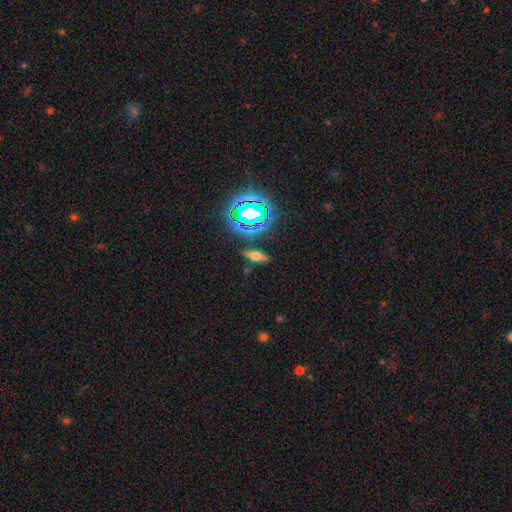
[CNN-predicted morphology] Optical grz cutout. It shows a smooth galaxy with no disk features (47%). Merging: none (84%).